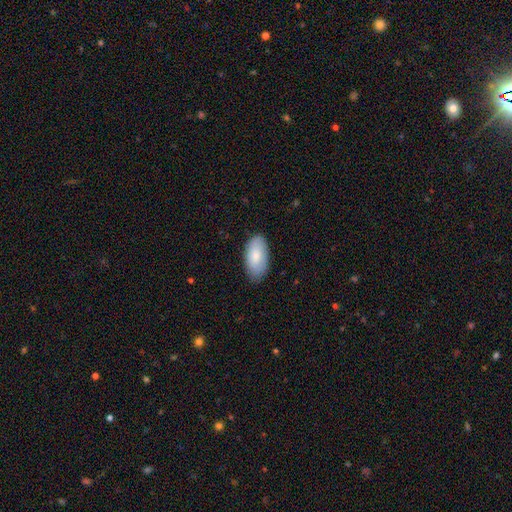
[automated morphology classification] A smooth galaxy with no disk features (82%) that is in between round and cigar-shaped (94%). Merging: none (80%).